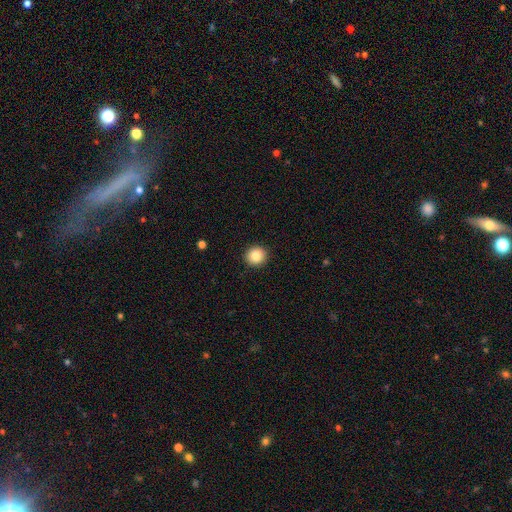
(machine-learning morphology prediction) Smooth or featured? smooth (85%)
How rounded? round (92%)
Merging? none (92%)